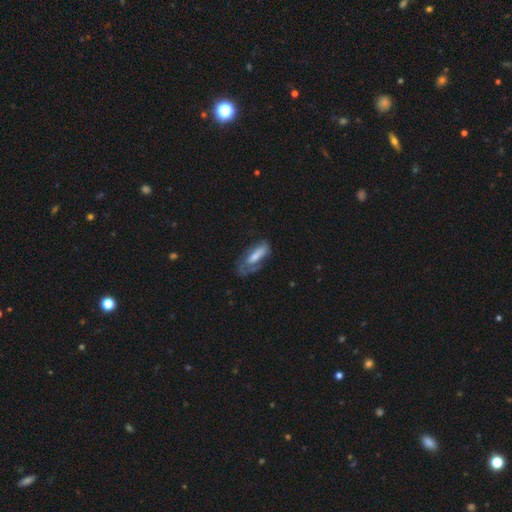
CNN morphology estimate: Smooth or featured? Predicted: smooth (p=0.58). How rounded? Predicted: in between (p=0.61). Merging? Predicted: none (p=0.42).